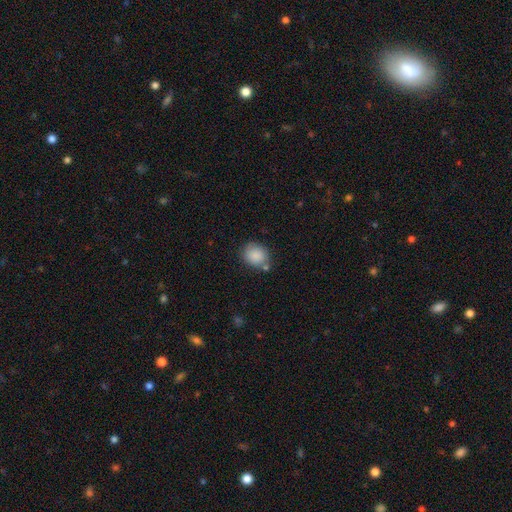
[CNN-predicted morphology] This is clearly a smooth galaxy (88%). How rounded: likely round (65%). Merging: likely none (70%).